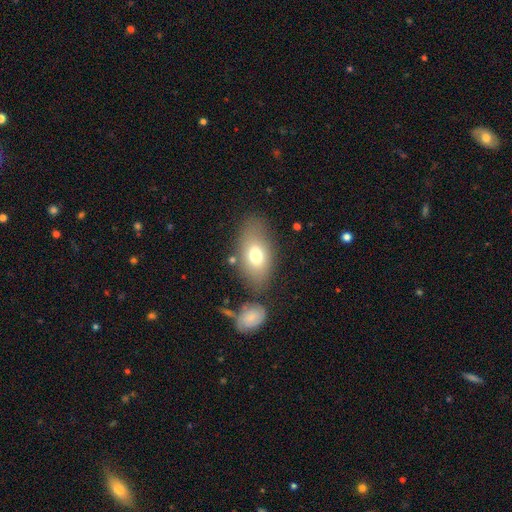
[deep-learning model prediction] Smooth or featured? Predicted: smooth (p=0.72). How rounded? Predicted: in between (p=0.88). Merging? Predicted: none (p=0.70).